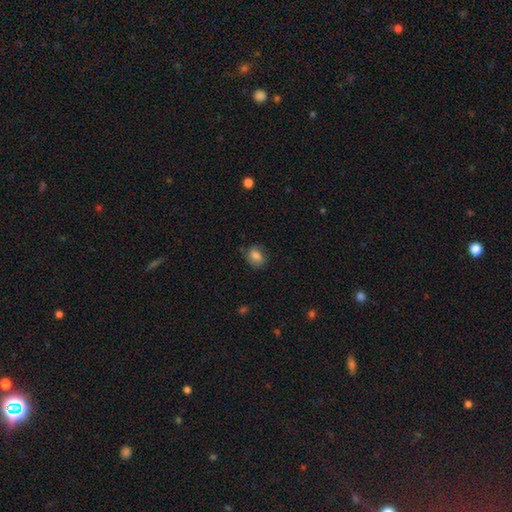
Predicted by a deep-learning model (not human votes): smooth 80%, featured or disk 11%, star or artifact 9%. Down the decision tree: how rounded — in between (70%); merging — none (71%).